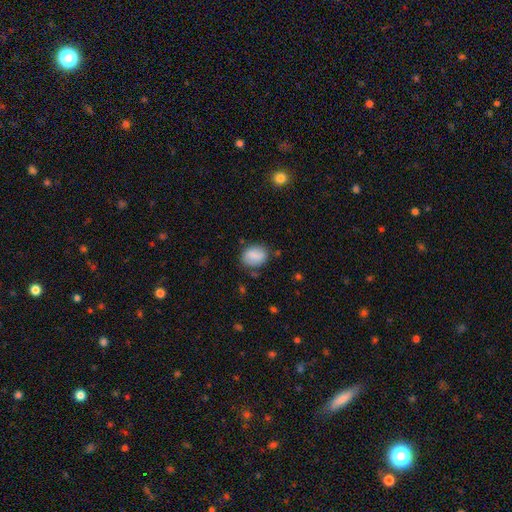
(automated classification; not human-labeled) The model was most divided on "how rounded": round: 50%, in between: 49%, cigar-shaped: 1%. More confident: smooth or featured — smooth (83%); merging — none (77%).